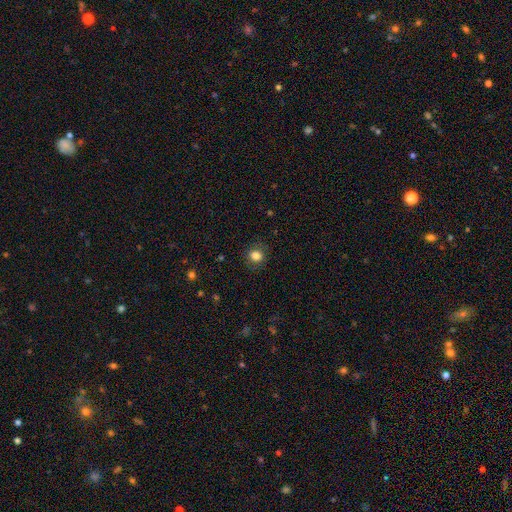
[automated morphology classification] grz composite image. It shows a smooth galaxy with no disk features (83%) that is round (72%). Merging: none (85%).